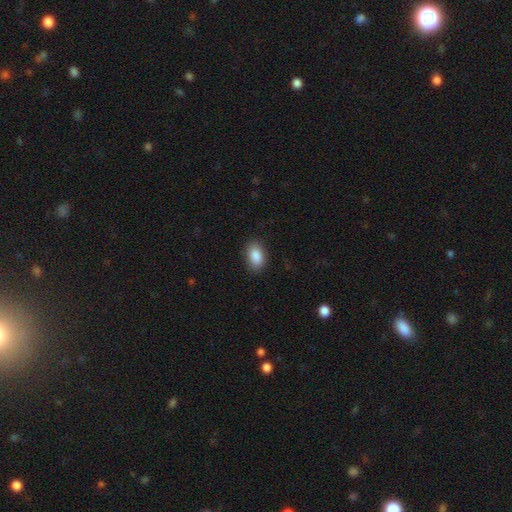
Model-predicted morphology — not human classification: Smooth or featured: smooth — 88% (star or artifact — 7%)
How rounded: in between — 91% (round — 7%)
Merging: none — 85% (minor disturbance — 11%)